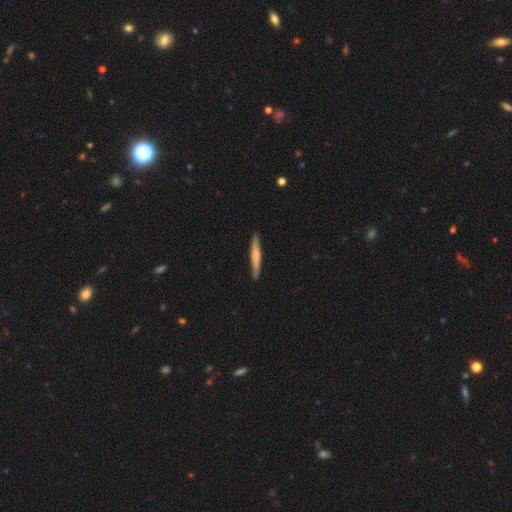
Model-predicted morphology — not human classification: smooth 60%, featured or disk 35%, star or artifact 5%. Down the decision tree: how rounded — cigar-shaped (95%); merging — none (90%).